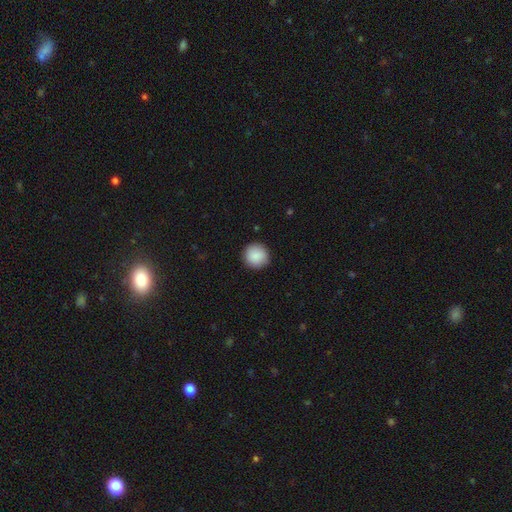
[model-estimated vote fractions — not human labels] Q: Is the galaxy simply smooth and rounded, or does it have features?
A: smooth — 89%.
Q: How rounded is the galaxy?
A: round — 95%.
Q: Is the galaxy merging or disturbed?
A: none — 91%.